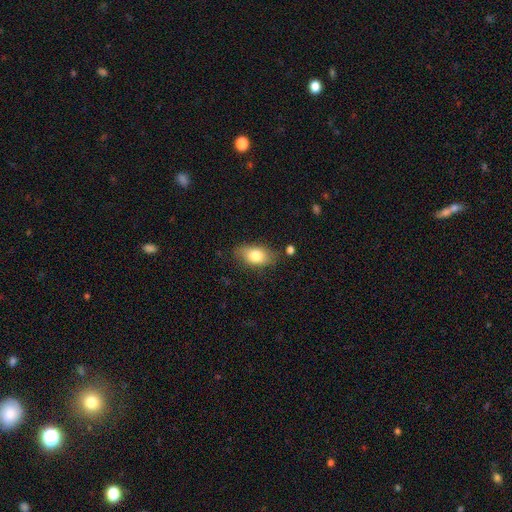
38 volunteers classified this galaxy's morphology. A smooth galaxy with no disk features (82%) that is in between round and cigar-shaped (87%).

Vote fractions:
- Smooth or featured? smooth: 82% / featured or disk: 13% / star or artifact: 5%
- How rounded? in between: 87% / round: 6% / cigar-shaped: 6%
- Merging? none: 83% / minor disturbance: 11% / major disturbance: 6% / merger: 0%